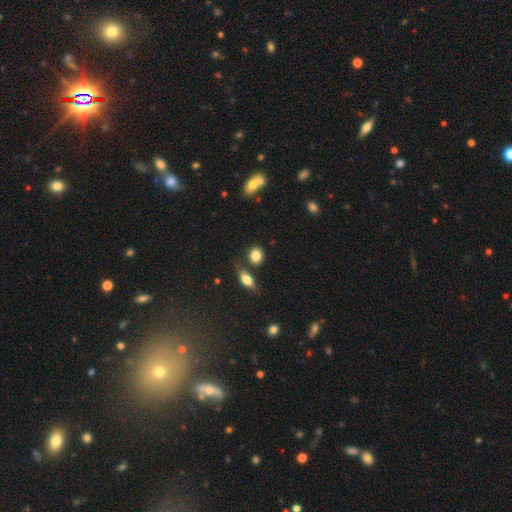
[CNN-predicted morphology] A smooth galaxy with no disk features (83%) that is round (68%). Merging: none (73%).